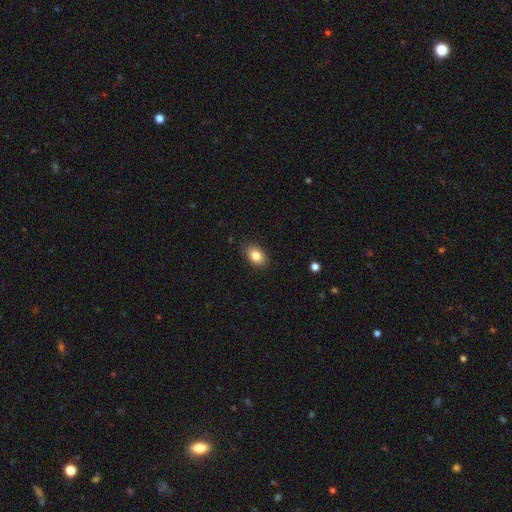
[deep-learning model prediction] Smooth or featured?
  - smooth: 83% *
  - featured or disk: 9%
  - star or artifact: 9%
How rounded?
  - in between: 83% *
  - round: 16%
  - cigar-shaped: 1%
Merging?
  - none: 86% *
  - minor disturbance: 11%
  - major disturbance: 2%
  - merger: 1%